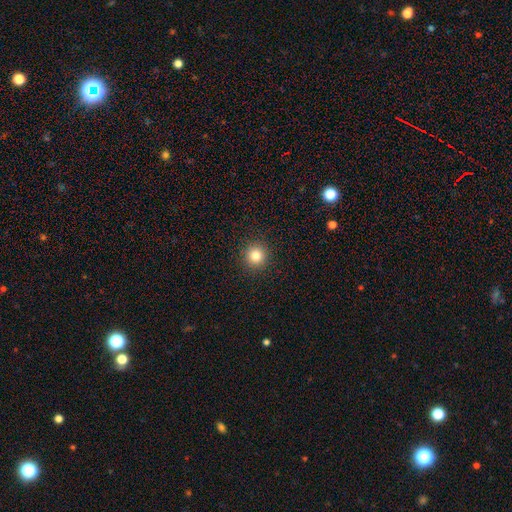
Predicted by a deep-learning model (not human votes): Morphology: type=smooth (83%); roundness=round (95%); merging=none (93%).